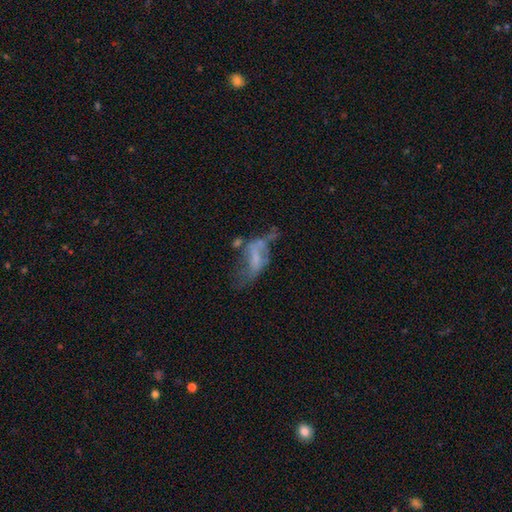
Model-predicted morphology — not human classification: smooth_or_featured: featured or disk (p=0.54) [alt: smooth p=0.32]
disk_edge_on: no (p=0.93) [alt: yes p=0.07]
merging: major disturbance (p=0.41) [alt: none p=0.22]